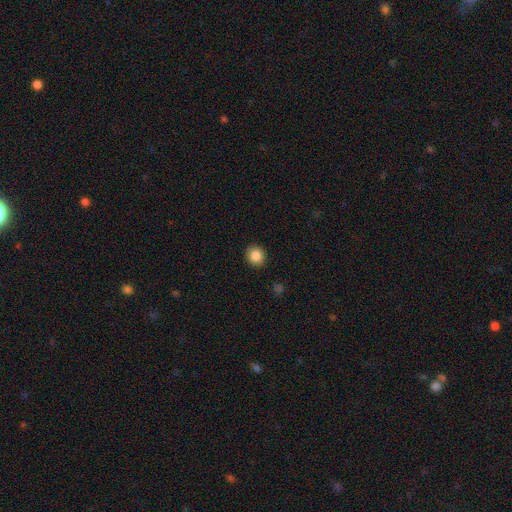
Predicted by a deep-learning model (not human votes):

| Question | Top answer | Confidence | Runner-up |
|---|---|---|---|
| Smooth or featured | smooth | 86% | star or artifact (9%) |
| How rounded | round | 82% | in between (17%) |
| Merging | none | 91% | minor disturbance (6%) |